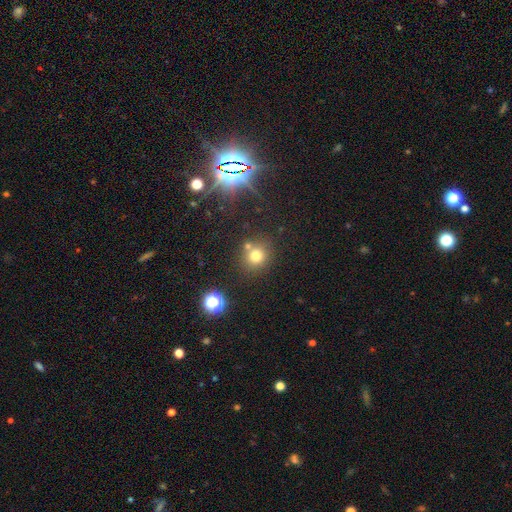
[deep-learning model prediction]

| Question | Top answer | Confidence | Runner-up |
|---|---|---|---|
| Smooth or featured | smooth | 73% | star or artifact (18%) |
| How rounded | round | 87% | in between (12%) |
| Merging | none | 70% | merger (16%) |